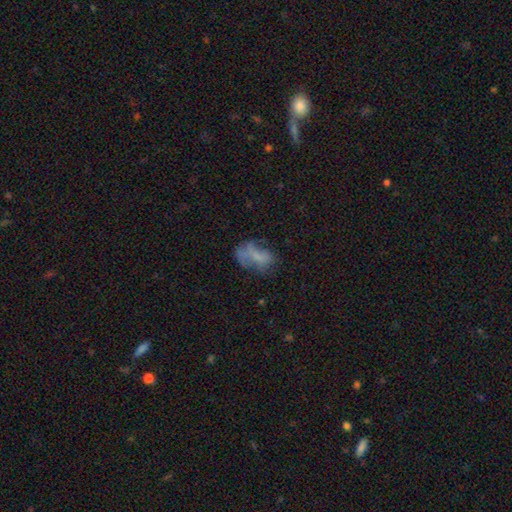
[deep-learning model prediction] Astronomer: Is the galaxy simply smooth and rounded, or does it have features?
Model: smooth — 50% (runner-up: featured or disk, 35%).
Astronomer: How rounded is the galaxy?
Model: in between — 85%.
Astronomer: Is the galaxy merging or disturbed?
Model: none — 36% (runner-up: major disturbance, 32%).